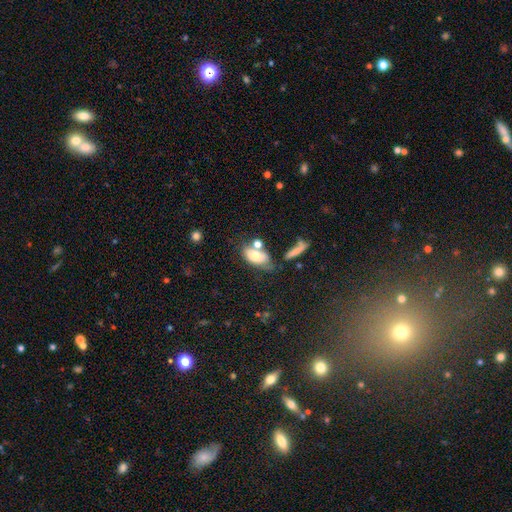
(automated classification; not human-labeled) A smooth galaxy with no disk features (73%) that is in between round and cigar-shaped (88%). Merging: none (39%).